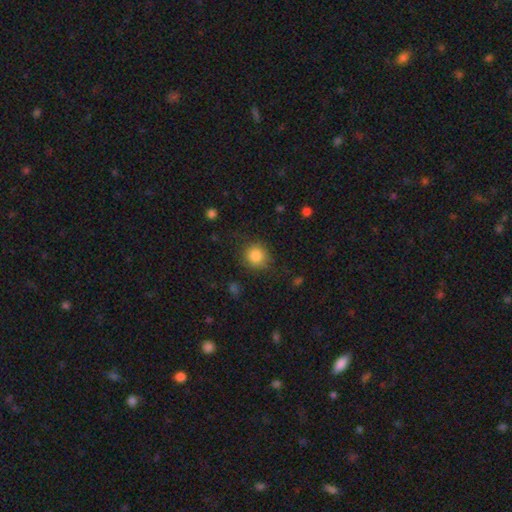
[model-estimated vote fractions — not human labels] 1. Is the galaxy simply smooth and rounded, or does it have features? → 84% smooth, 10% star or artifact, 5% featured or disk.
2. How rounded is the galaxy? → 88% round, 11% in between, 1% cigar-shaped.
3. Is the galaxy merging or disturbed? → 82% none, 12% minor disturbance, 4% major disturbance, 1% merger.